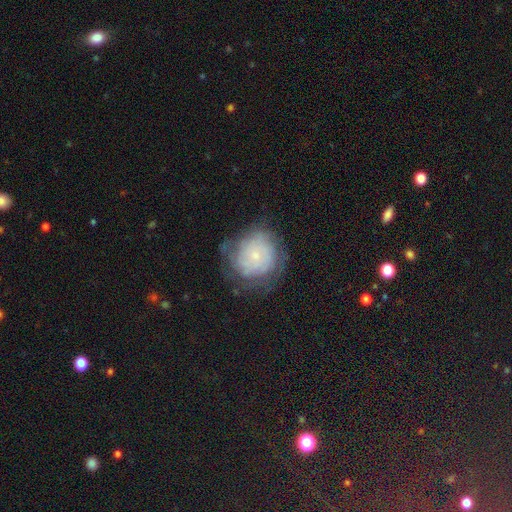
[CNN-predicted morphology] A featured or disk galaxy (51%). Merging: none (63%).